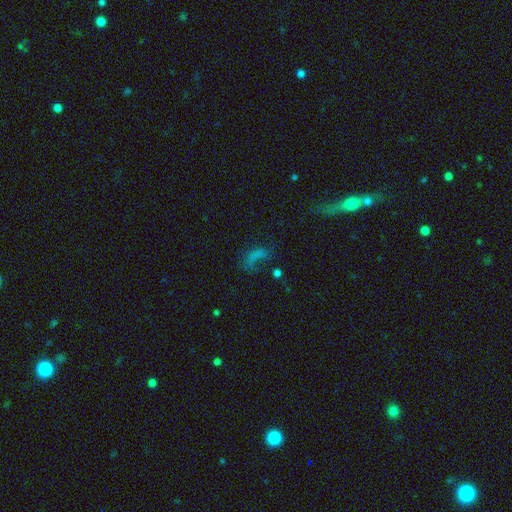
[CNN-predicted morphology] A smooth galaxy with no disk features (51%) that is in between round and cigar-shaped (72%).

Vote fractions:
- Smooth or featured? smooth: 51% / featured or disk: 25% / star or artifact: 24%
- How rounded? in between: 72% / cigar-shaped: 14% / round: 13%
- Merging? major disturbance: 41% / none: 33% / minor disturbance: 16% / merger: 10%